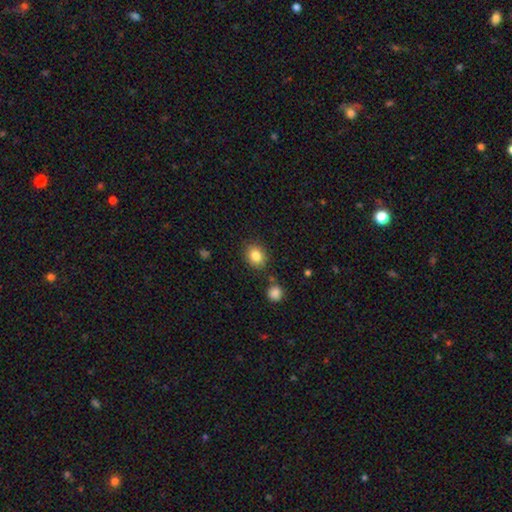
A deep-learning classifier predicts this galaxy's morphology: smooth 84%, star or artifact 10%, featured or disk 6%. Down the decision tree: how rounded — round (66%); merging — none (82%).